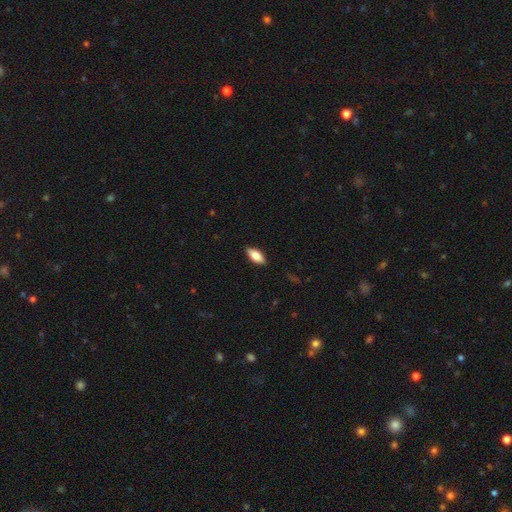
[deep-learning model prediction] Morphology: type=smooth (77%); roundness=in between (84%); merging=none (88%).